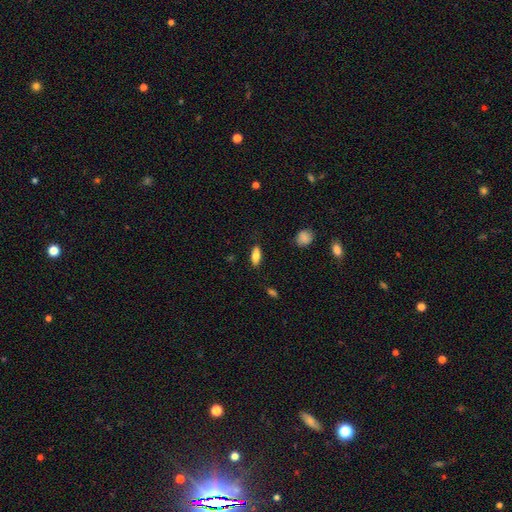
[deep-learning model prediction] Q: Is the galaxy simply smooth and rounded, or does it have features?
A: smooth — 77%.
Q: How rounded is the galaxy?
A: in between — 74%.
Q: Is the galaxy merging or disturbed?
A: none — 85%.